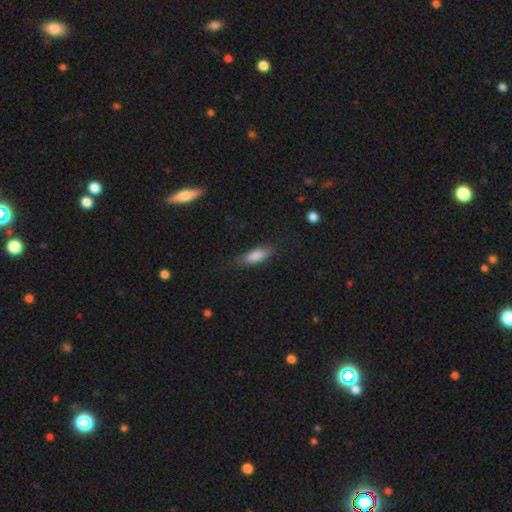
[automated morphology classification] A smooth galaxy with no disk features (83%) that is in between round and cigar-shaped (66%).

Vote fractions:
- Smooth or featured? smooth: 83% / featured or disk: 10% / star or artifact: 7%
- How rounded? in between: 66% / cigar-shaped: 32% / round: 2%
- Merging? none: 80% / minor disturbance: 15% / major disturbance: 4% / merger: 1%